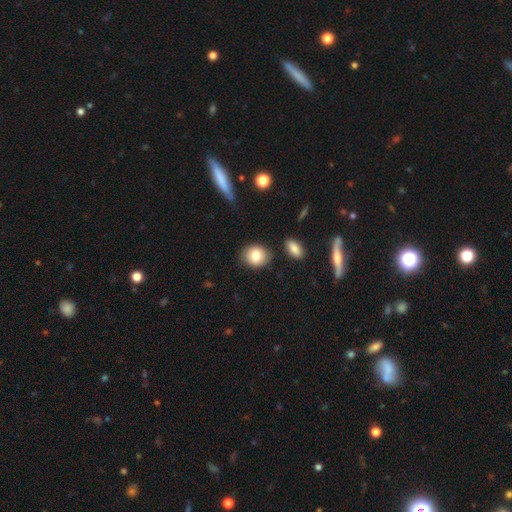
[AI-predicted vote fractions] Smooth or featured? Predicted: smooth (p=0.81). How rounded? Predicted: round (p=0.58). Merging? Predicted: none (p=0.84).